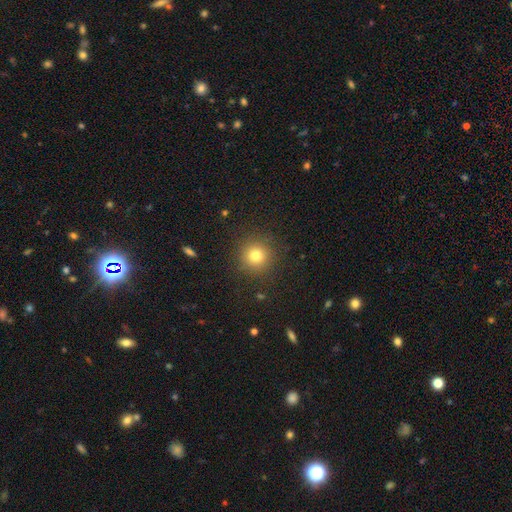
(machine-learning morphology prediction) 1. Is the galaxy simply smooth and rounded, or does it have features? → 79% smooth, 14% star or artifact, 7% featured or disk.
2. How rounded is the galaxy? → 95% round, 4% in between, 1% cigar-shaped.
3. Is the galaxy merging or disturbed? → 90% none, 6% minor disturbance, 3% major disturbance, 1% merger.